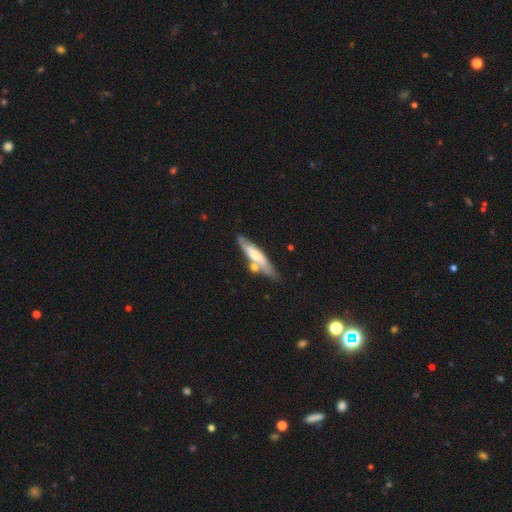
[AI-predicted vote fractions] Smooth or featured? Predicted: featured or disk (p=0.48). Merging? Predicted: none (p=0.62).